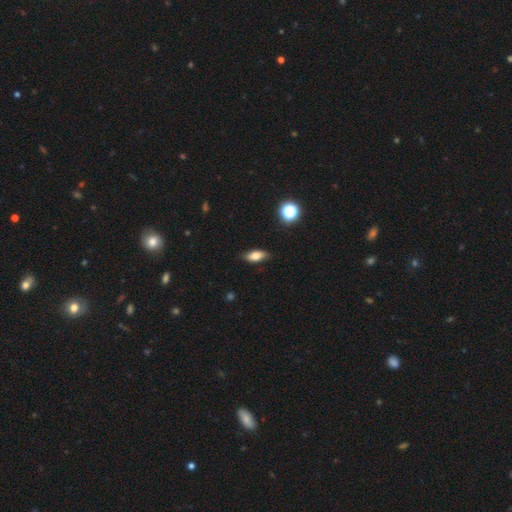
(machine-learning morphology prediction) This is likely a smooth galaxy (74%). How rounded: likely in between (80%). Merging: clearly none (83%).